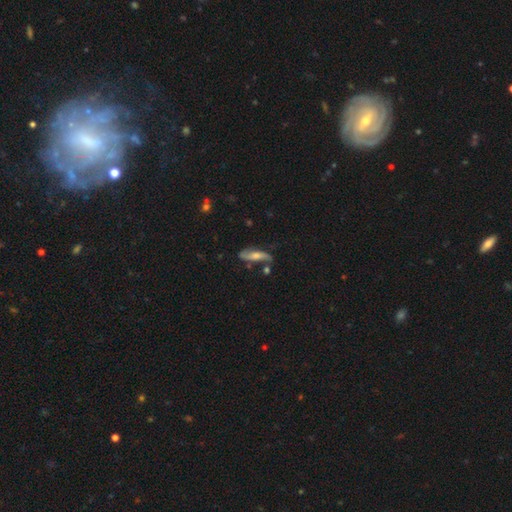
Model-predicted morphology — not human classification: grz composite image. It shows a featured or disk galaxy (53%). Merging: none (63%).